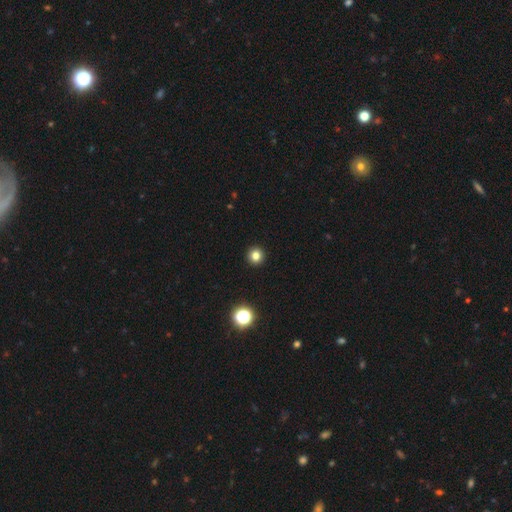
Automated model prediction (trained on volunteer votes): This appears to be a smooth galaxy with no disk features (81%) that is round (94%). Merging: none (94%).